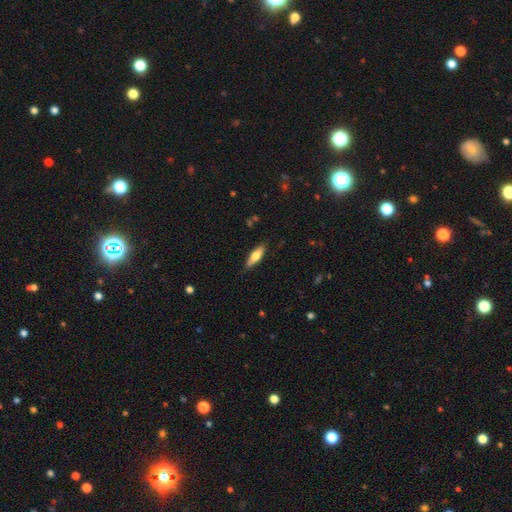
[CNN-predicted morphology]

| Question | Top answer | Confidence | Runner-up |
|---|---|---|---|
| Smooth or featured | smooth | 62% | featured or disk (32%) |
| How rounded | cigar-shaped | 51% | in between (47%) |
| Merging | none | 84% | minor disturbance (12%) |